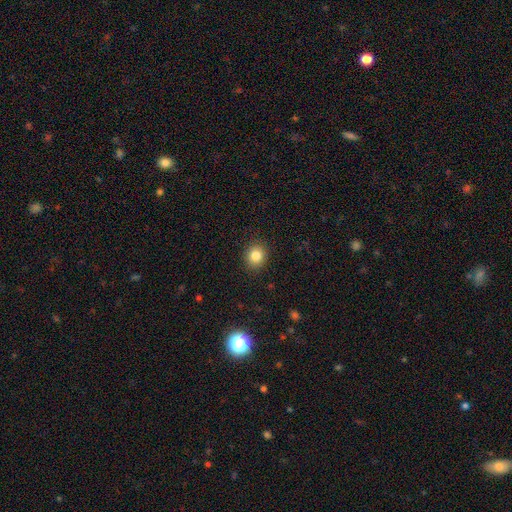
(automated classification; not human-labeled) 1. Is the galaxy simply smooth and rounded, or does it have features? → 84% smooth, 10% star or artifact, 6% featured or disk.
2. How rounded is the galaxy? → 73% round, 26% in between, 1% cigar-shaped.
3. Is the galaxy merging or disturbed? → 90% none, 7% minor disturbance, 2% major disturbance, 1% merger.